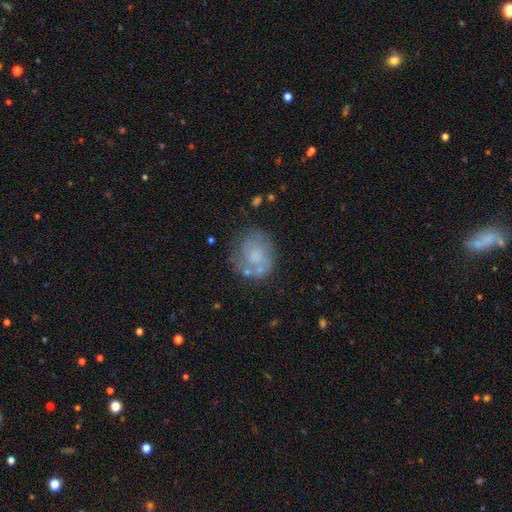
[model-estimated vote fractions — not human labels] Smooth or featured: smooth — 51% (featured or disk — 40%)
How rounded: round — 68% (in between — 31%)
Merging: none — 58% (minor disturbance — 22%)